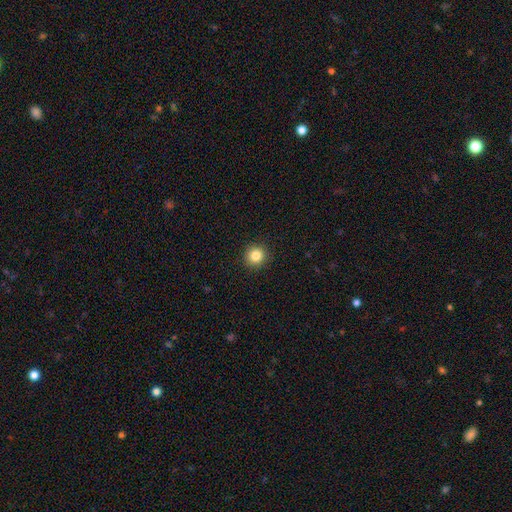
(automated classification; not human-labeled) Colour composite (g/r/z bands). It shows a smooth galaxy with no disk features (84%) that is round (94%). Merging: none (92%).